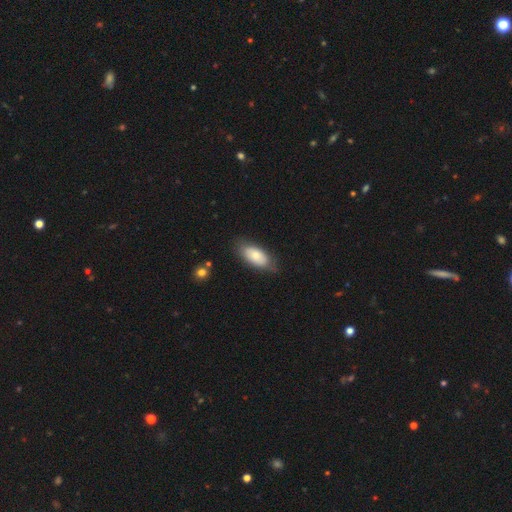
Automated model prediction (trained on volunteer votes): Q: Smooth or featured?
A: smooth (77%); runner-up: featured or disk (17%)
Q: How rounded?
A: in between (90%); runner-up: cigar-shaped (8%)
Q: Merging?
A: none (74%); runner-up: minor disturbance (20%)